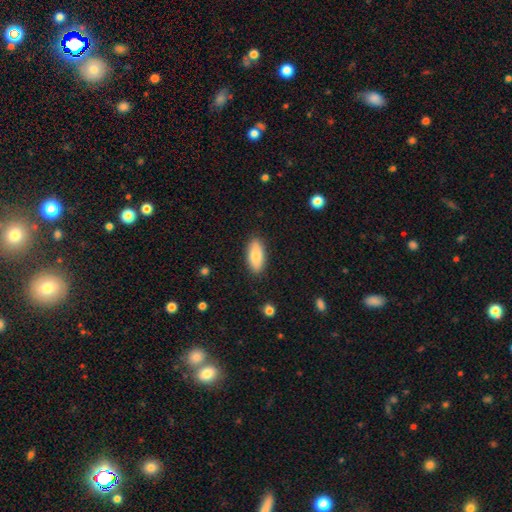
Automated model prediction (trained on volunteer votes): Smooth or featured: smooth — 82% (featured or disk — 12%)
How rounded: in between — 85% (cigar-shaped — 13%)
Merging: none — 87% (minor disturbance — 10%)